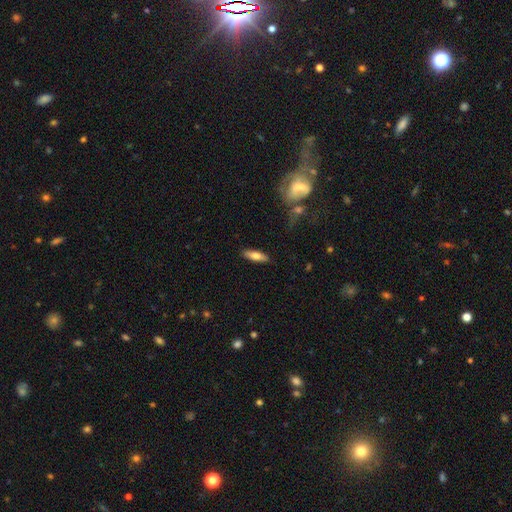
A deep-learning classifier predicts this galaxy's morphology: smooth-or-featured: smooth: 67% | featured or disk: 26% | star or artifact: 6%
  how-rounded: in between: 50% | cigar-shaped: 48% | round: 2%
  merging: none: 88% | minor disturbance: 9% | major disturbance: 2% | merger: 1%